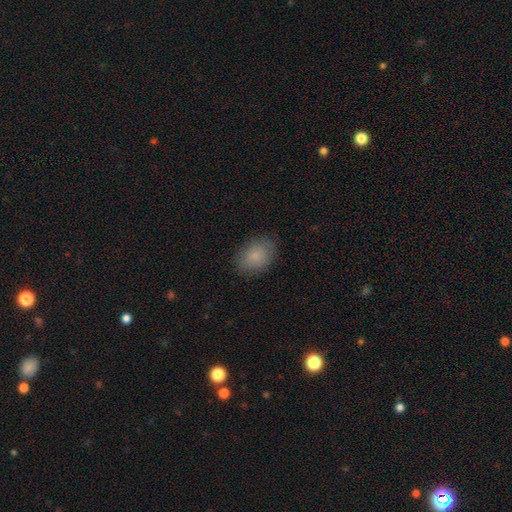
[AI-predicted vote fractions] Smooth or featured? Predicted: smooth (p=0.85). How rounded? Predicted: in between (p=0.79). Merging? Predicted: none (p=0.82).